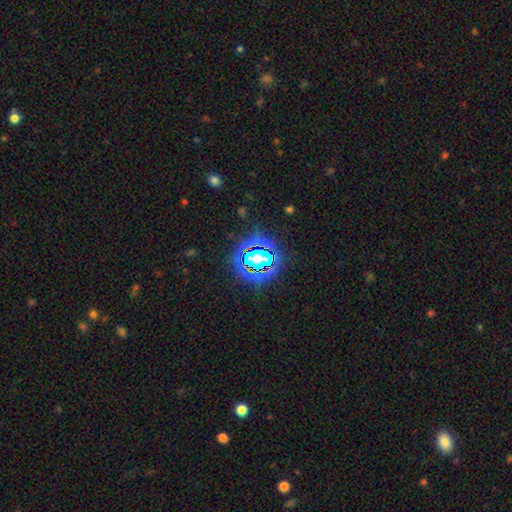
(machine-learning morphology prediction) Smooth or featured? Predicted: star or artifact (p=0.70).